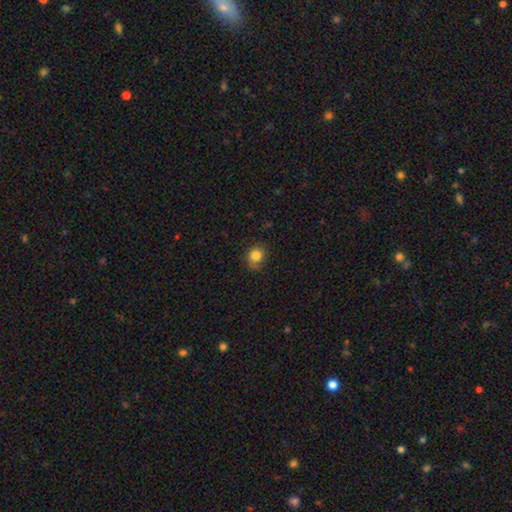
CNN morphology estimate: A smooth galaxy with no disk features (84%) that is round (71%). Merging: none (74%).